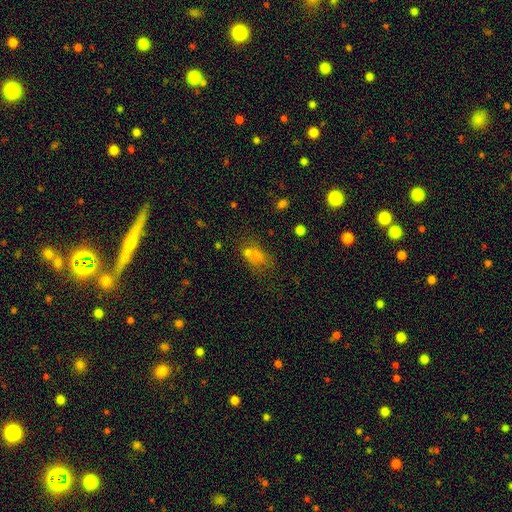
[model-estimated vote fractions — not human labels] Smooth or featured? smooth (65%)
How rounded? in between (59%)
Merging? none (42%)